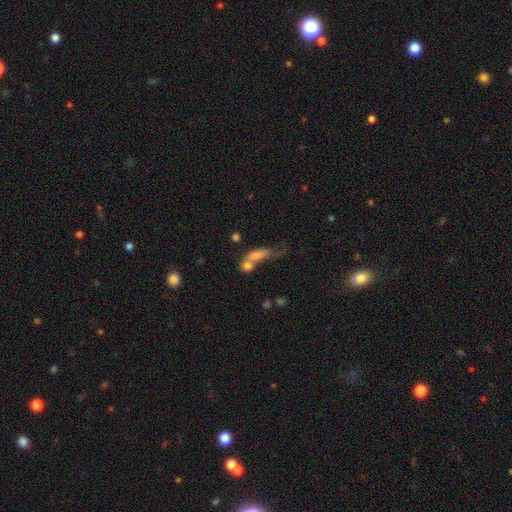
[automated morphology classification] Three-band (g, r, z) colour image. It shows a smooth galaxy with no disk features (65%) that is in between round and cigar-shaped (52%). Merging: merger (50%).